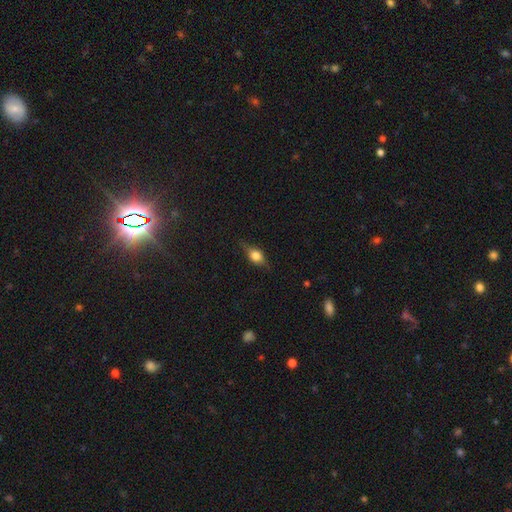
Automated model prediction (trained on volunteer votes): Overall: smooth (50%; featured or disk 39%). Merging: none (75%).